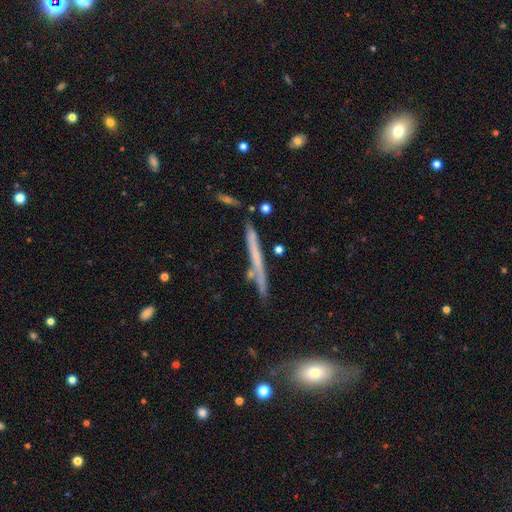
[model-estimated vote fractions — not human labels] Smooth or featured? featured or disk (55%)
Edge-on disk? yes (94%)
Edge-on bulge? none (83%)
Merging? none (78%)